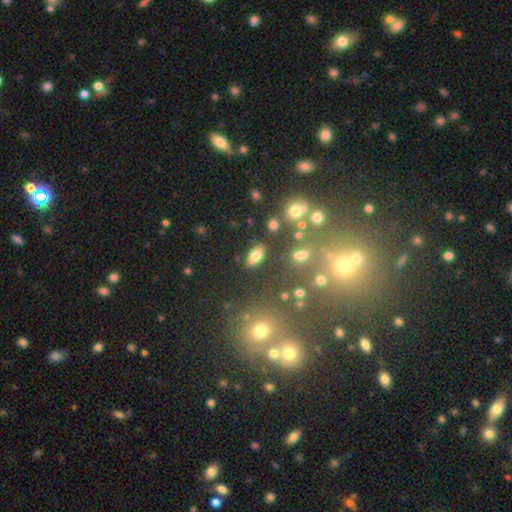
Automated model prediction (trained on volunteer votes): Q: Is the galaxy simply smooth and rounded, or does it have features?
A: smooth — 75%.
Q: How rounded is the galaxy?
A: in between — 89%.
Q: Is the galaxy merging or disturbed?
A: none — 83%.